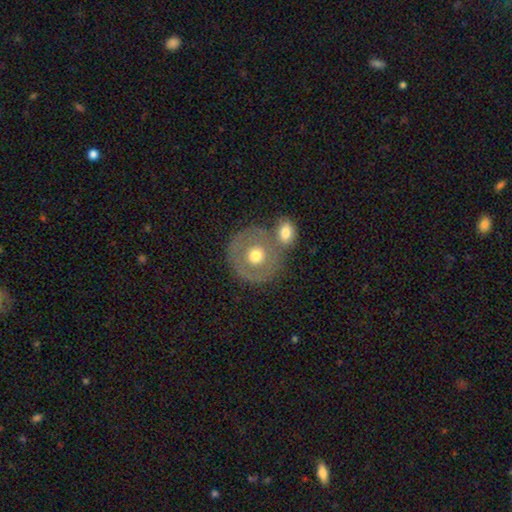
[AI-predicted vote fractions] A smooth galaxy with no disk features (52%) that is round (89%). Merging: none (57%).